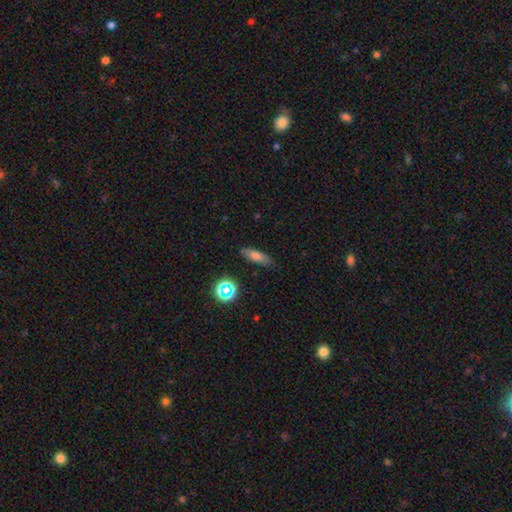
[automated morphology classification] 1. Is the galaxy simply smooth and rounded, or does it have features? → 71% smooth, 17% featured or disk, 12% star or artifact.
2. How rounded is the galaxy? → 51% in between, 44% cigar-shaped, 5% round.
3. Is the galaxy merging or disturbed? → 83% none, 12% minor disturbance, 3% major disturbance, 2% merger.